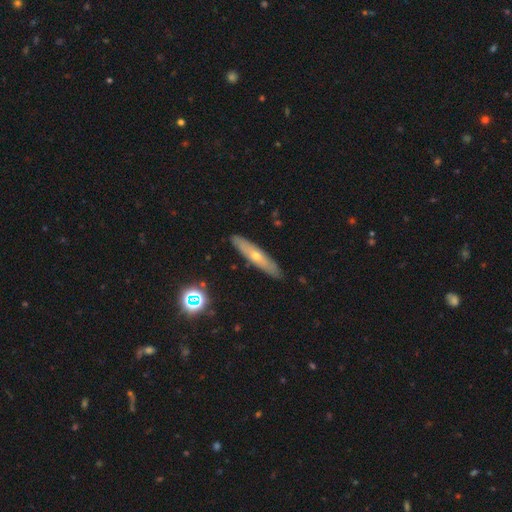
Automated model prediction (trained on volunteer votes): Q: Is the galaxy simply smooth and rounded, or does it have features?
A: featured or disk — 51%.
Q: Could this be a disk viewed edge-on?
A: yes — 73%.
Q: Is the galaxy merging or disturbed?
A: none — 89%.